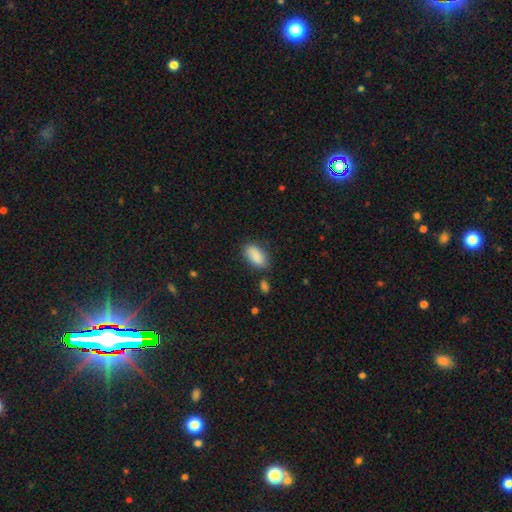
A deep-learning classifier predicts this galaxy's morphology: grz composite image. It shows a smooth galaxy with no disk features (89%) that is in between round and cigar-shaped (91%). Merging: none (76%).